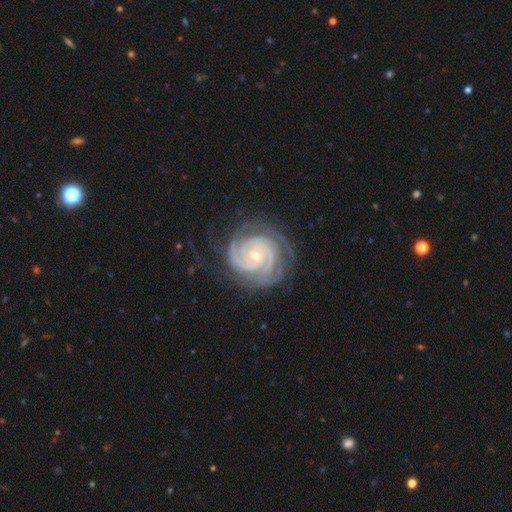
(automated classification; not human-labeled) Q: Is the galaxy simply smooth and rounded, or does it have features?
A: featured or disk — 92%.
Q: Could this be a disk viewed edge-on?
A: no — 98%.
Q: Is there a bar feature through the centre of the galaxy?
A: no — 71%.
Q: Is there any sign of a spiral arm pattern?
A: yes — 99%.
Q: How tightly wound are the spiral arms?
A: tight — 84%.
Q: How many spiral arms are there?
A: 3 — 28%.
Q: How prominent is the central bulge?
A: small — 75%.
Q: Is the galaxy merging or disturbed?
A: none — 76%.